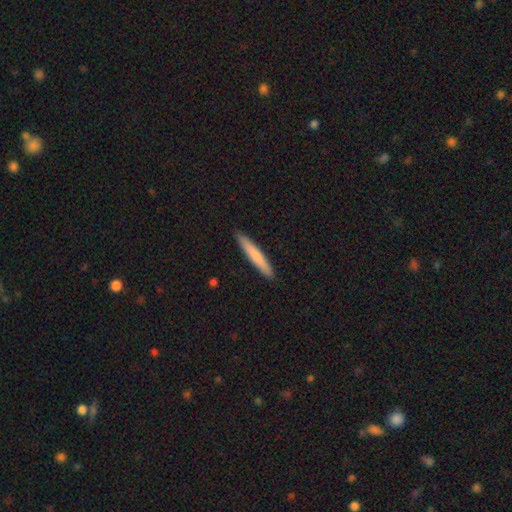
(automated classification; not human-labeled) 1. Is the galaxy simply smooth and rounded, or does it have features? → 73% smooth, 22% featured or disk, 5% star or artifact.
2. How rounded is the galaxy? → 95% cigar-shaped, 4% in between, 1% round.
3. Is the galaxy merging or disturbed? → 91% none, 6% minor disturbance, 1% major disturbance, 1% merger.